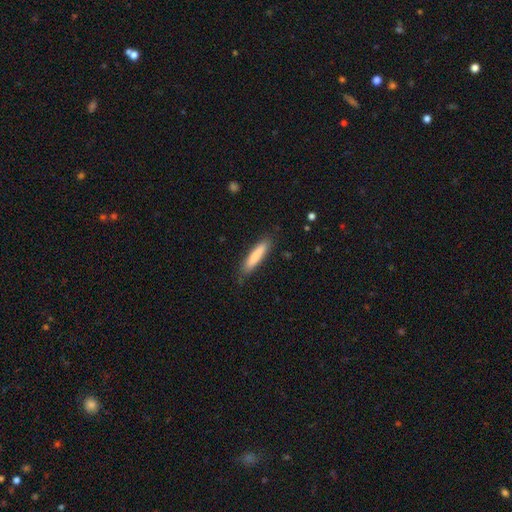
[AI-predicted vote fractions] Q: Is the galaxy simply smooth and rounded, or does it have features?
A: smooth — 83%.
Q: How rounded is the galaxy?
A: cigar-shaped — 86%.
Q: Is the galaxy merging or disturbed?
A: none — 85%.